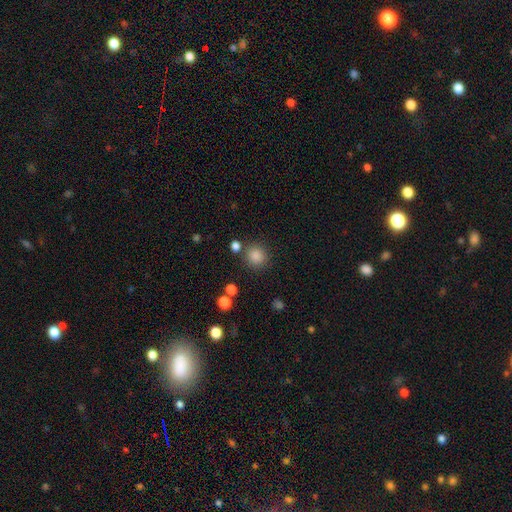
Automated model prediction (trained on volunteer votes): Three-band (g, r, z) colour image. It shows a smooth galaxy with no disk features (85%) that is round (90%). Merging: none (82%).